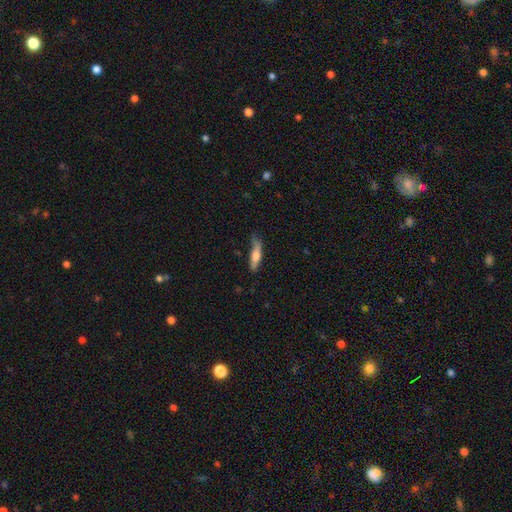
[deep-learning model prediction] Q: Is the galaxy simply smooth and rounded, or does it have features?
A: smooth — 63%.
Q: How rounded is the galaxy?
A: cigar-shaped — 73%.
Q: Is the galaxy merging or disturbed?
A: none — 57%.